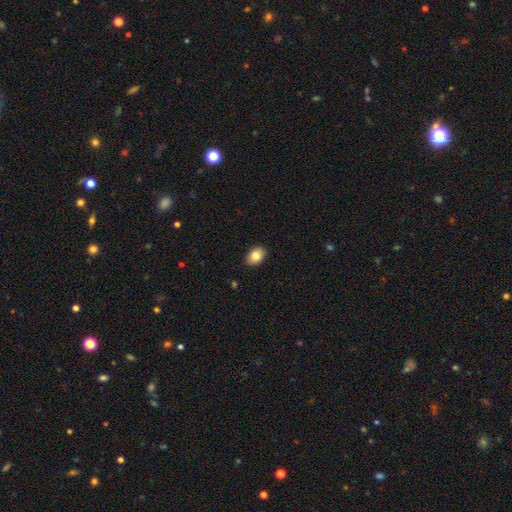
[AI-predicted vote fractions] A smooth galaxy with no disk features (83%) that is in between round and cigar-shaped (81%). Merging: none (89%).